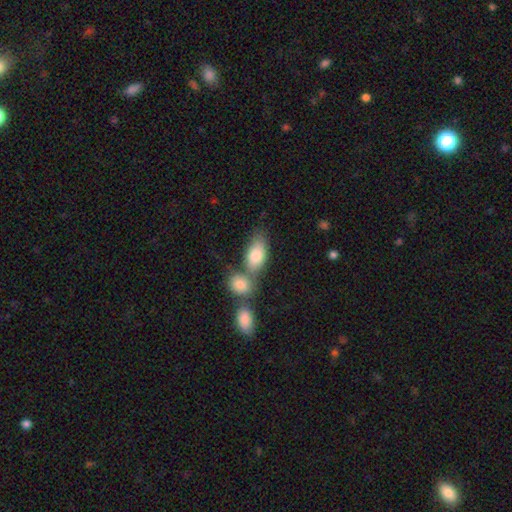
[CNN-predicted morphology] smooth_or_featured: smooth (p=0.81) [alt: featured or disk p=0.12]
how_rounded: in between (p=0.89) [alt: round p=0.07]
merging: merger (p=0.42) [alt: none p=0.41]